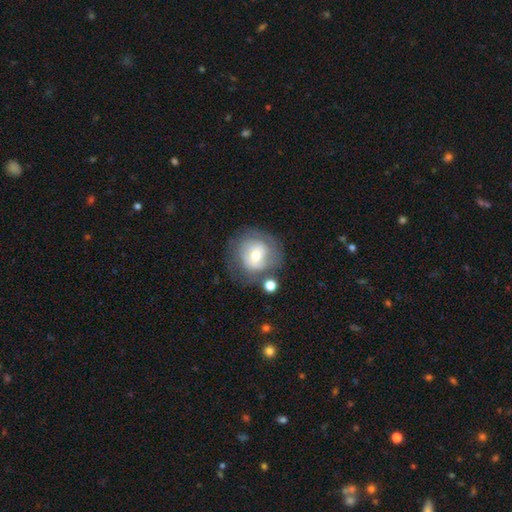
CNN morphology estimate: This is possibly a smooth galaxy (47%). Merging: likely none (61%).